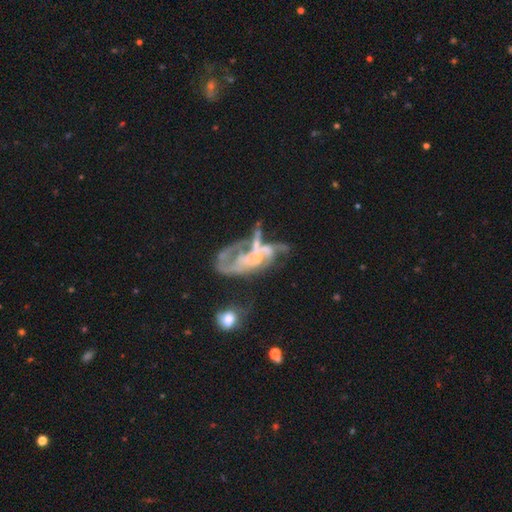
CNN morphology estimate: This appears to be a featured or disk galaxy (76%) with no bar (70%), spiral arms (61%) and a small central bulge (43%). Merging: major disturbance (36%).